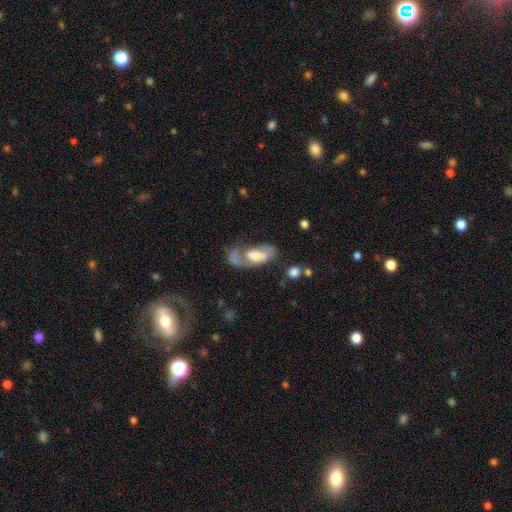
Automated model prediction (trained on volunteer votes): Smooth or featured?
  - featured or disk: 57% *
  - smooth: 36%
  - star or artifact: 7%
Edge-on disk?
  - no: 91% *
  - yes: 9%
Bar?
  - no: 49% *
  - weak: 36%
  - strong: 15%
Spiral arms?
  - yes: 68% *
  - no: 32%
Bulge size?
  - moderate: 43% *
  - large: 28%
  - small: 18%
  - none: 8%
  - dominant: 3%
Merging?
  - major disturbance: 35% *
  - none: 28%
  - merger: 19%
  - minor disturbance: 18%